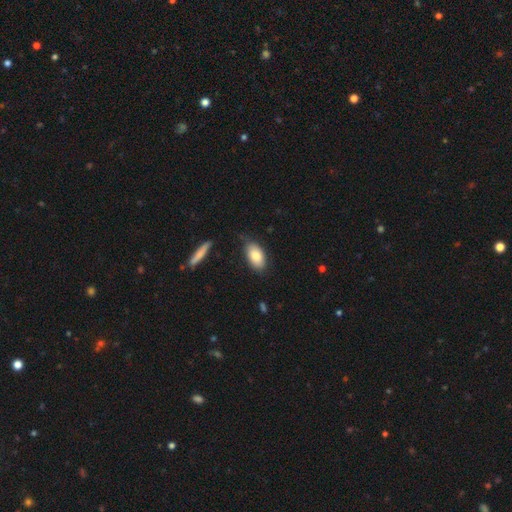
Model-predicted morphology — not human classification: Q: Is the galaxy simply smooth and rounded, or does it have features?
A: smooth — 81%.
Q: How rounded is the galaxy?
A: in between — 92%.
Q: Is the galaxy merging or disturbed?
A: none — 74%.